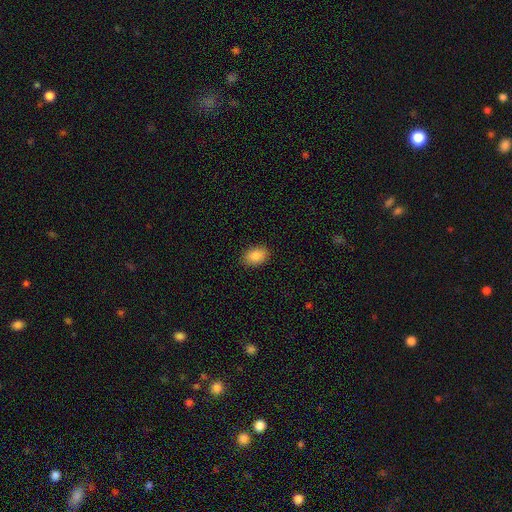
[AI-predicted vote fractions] This appears to be a smooth galaxy with no disk features (87%) that is in between round and cigar-shaped (86%). Merging: none (88%).